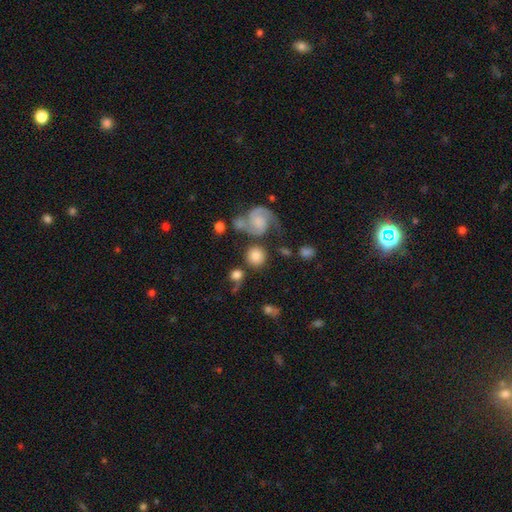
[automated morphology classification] A smooth galaxy with no disk features (64%) that is round (90%).

Vote fractions:
- Smooth or featured? smooth: 64% / featured or disk: 27% / star or artifact: 9%
- How rounded? round: 90% / in between: 9% / cigar-shaped: 1%
- Merging? none: 68% / merger: 14% / minor disturbance: 12% / major disturbance: 6%